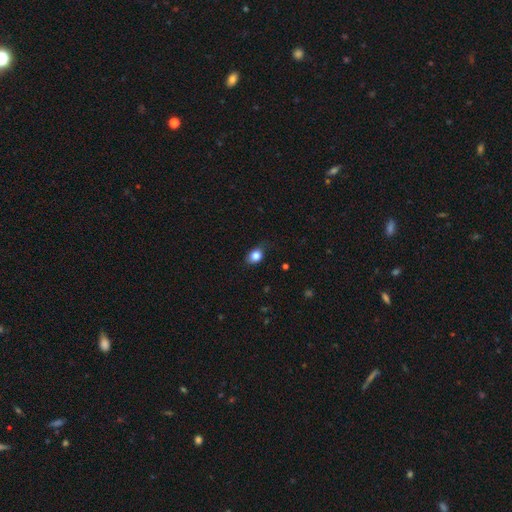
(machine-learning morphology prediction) Overall: smooth (83%). How rounded: in between (63%; round 36%). Merging: none (71%).